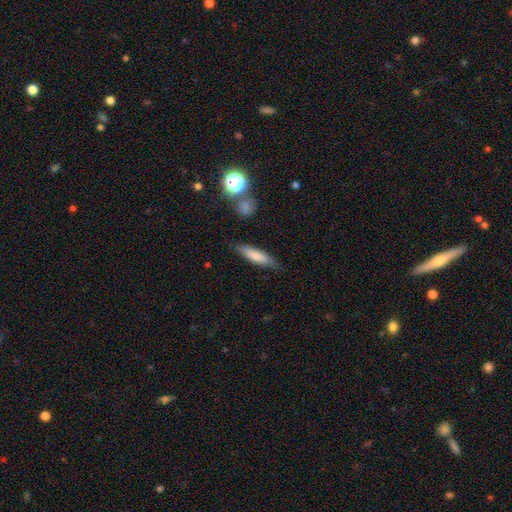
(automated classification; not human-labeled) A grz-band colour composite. It shows a smooth galaxy with no disk features (77%) that is cigar-shaped (69%). Merging: none (79%).